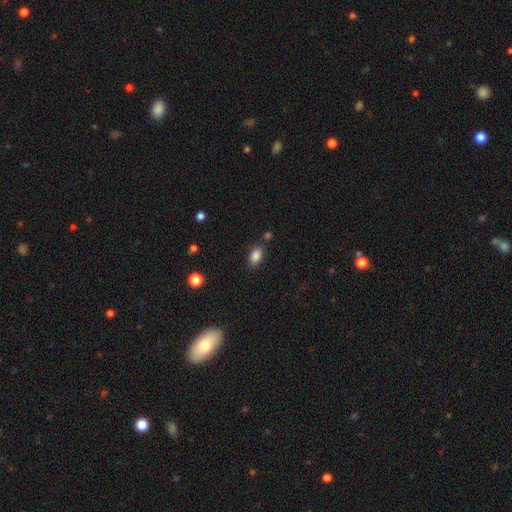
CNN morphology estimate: smooth 86%, star or artifact 9%, featured or disk 5%. Down the decision tree: how rounded — in between (89%); merging — none (78%).